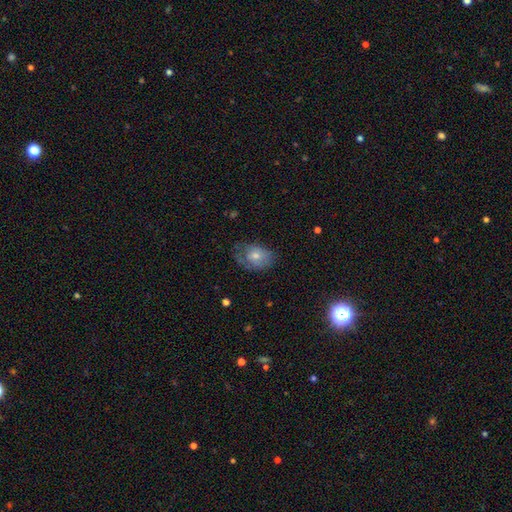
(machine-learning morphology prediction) This is possibly a smooth galaxy (50%). How rounded: likely in between (68%). Merging: possibly none (57%).